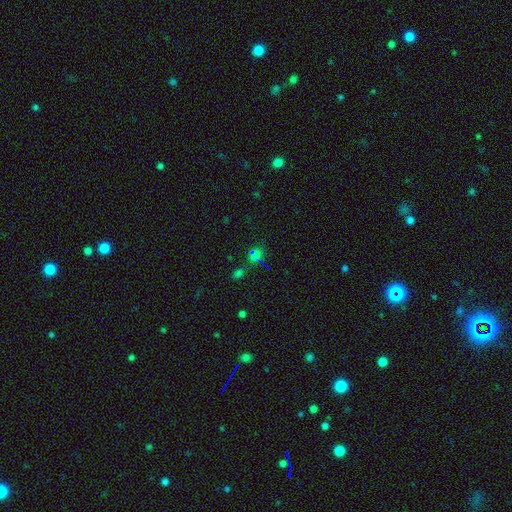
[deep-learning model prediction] smooth-or-featured: star or artifact: 51% | smooth: 39% | featured or disk: 10%